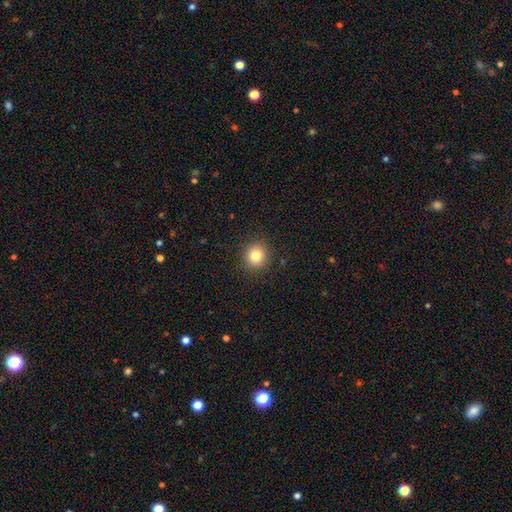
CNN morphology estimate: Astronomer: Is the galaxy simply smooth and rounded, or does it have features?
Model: smooth — 82%.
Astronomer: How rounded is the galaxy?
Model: round — 87%.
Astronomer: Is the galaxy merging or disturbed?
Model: none — 90%.